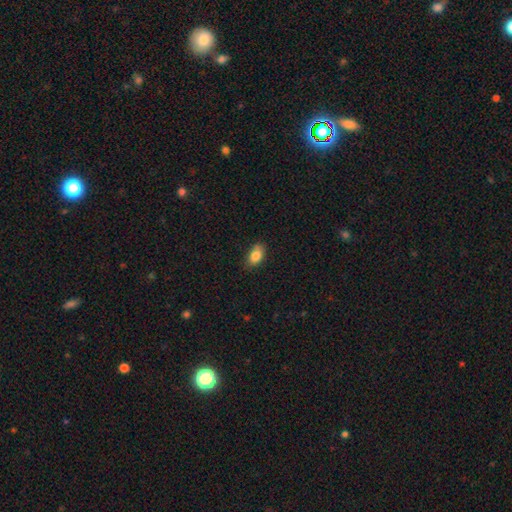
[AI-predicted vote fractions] Smooth or featured: smooth — 85% (star or artifact — 8%)
How rounded: in between — 90% (round — 8%)
Merging: none — 82% (minor disturbance — 14%)